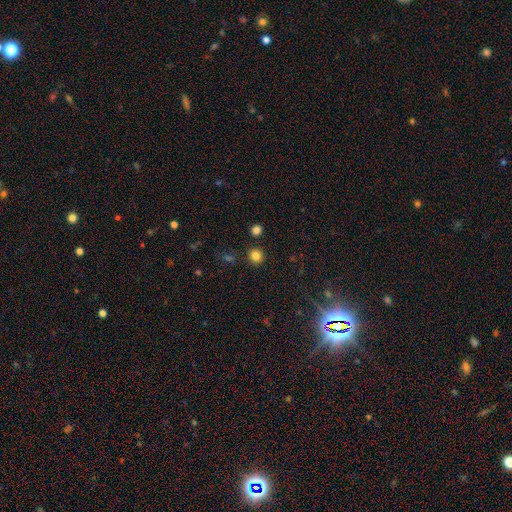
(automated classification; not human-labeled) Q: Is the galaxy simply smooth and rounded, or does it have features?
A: smooth — 83%.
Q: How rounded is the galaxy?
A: round — 93%.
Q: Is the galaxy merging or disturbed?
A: none — 89%.